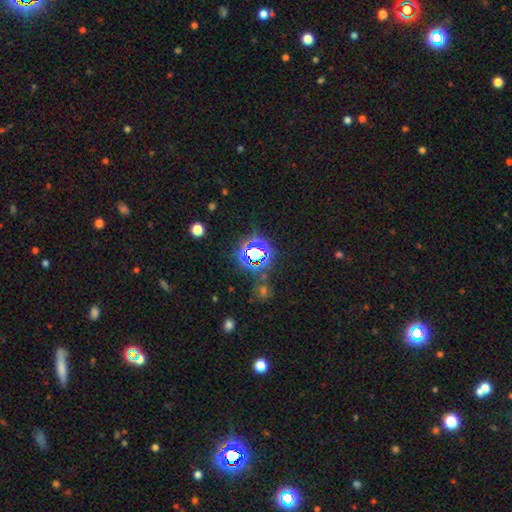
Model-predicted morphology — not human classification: Q: Smooth or featured?
A: star or artifact (73%); runner-up: smooth (18%)